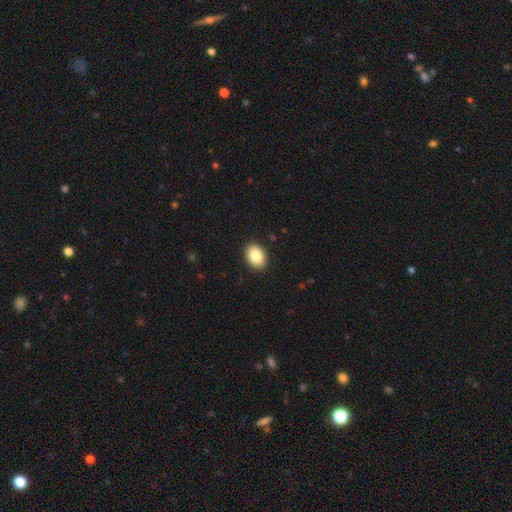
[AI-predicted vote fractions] A smooth galaxy with no disk features (86%) that is in between round and cigar-shaped (80%). Merging: none (91%).